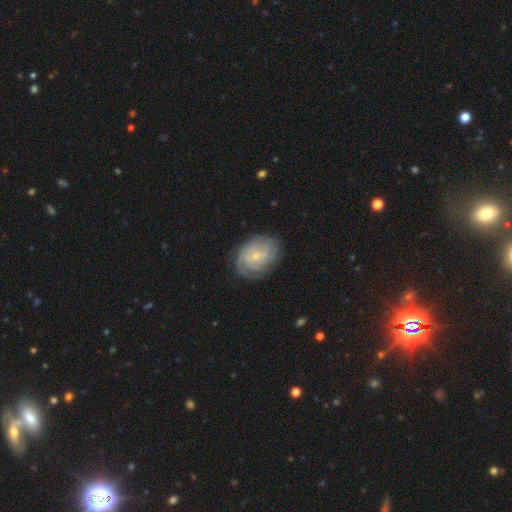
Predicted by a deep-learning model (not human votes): featured or disk 71%, smooth 22%, star or artifact 7%. Down the decision tree: edge-on disk — no (97%); bar — no (66%); spiral arms — yes (92%); spiral arm count — can't tell (43%); spiral winding — tight (65%); bulge size — small (76%); merging — none (75%).